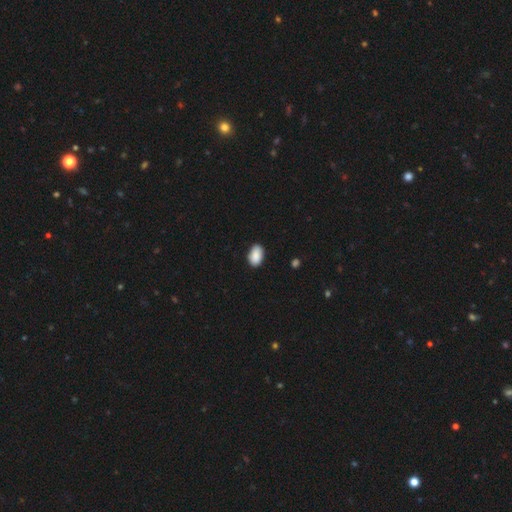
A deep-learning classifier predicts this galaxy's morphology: This is clearly a smooth galaxy (90%). How rounded: clearly in between (92%). Merging: clearly none (86%).